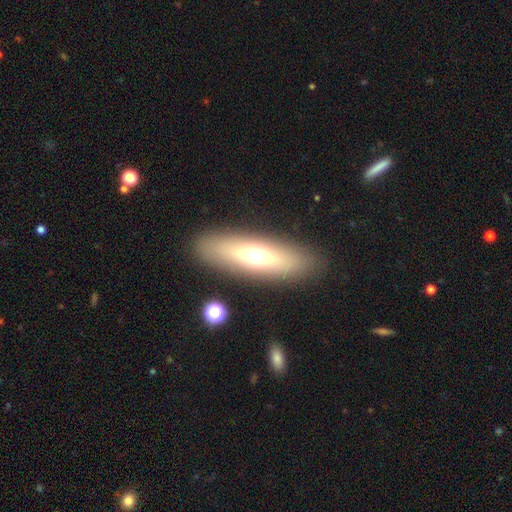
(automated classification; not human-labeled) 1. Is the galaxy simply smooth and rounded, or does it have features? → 51% smooth, 41% featured or disk, 7% star or artifact.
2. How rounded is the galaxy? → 54% cigar-shaped, 44% in between, 3% round.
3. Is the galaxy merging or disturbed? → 86% none, 9% minor disturbance, 3% major disturbance, 2% merger.